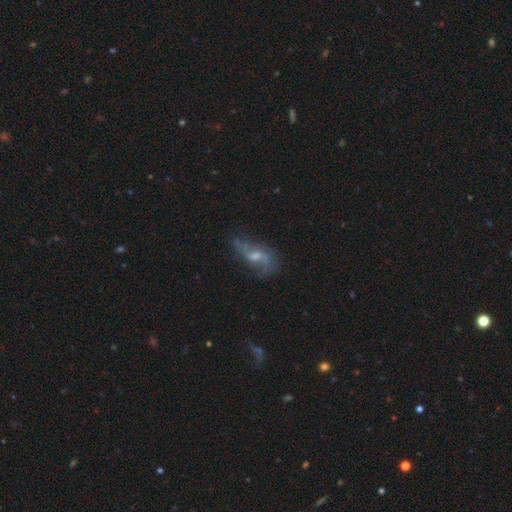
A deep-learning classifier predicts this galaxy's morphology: Smooth or featured: featured or disk — 77% (smooth — 14%)
Edge-on disk: no — 93% (yes — 7%)
Bar: weak — 45% (no — 44%)
Spiral arms: yes — 89% (no — 11%)
Spiral winding: loose — 76% (medium — 19%)
Spiral arm count: 2 — 82% (can't tell — 8%)
Bulge size: small — 46% (moderate — 41%)
Merging: none — 60% (minor disturbance — 22%)